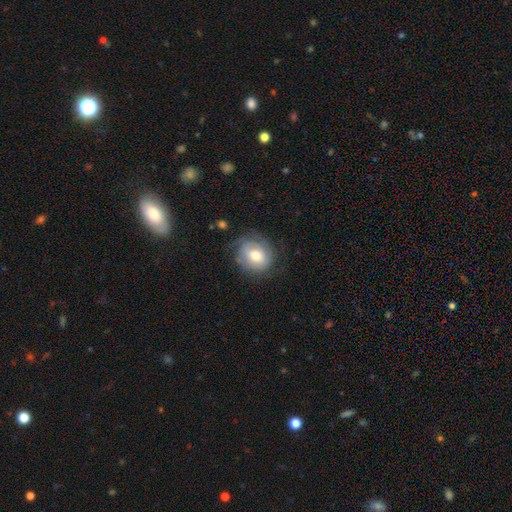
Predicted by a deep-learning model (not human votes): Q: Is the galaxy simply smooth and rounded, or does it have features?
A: smooth — 50%.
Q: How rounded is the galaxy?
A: round — 71%.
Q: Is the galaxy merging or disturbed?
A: none — 64%.